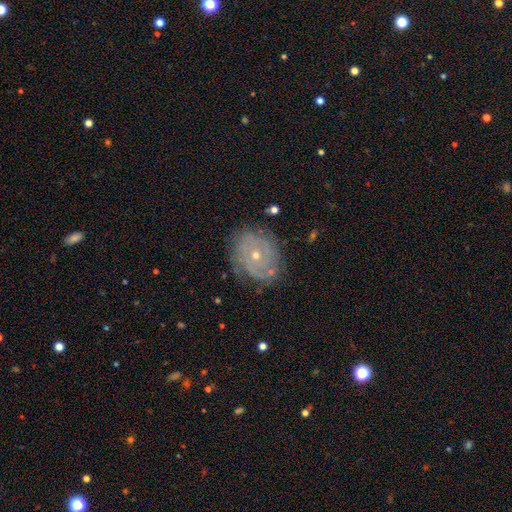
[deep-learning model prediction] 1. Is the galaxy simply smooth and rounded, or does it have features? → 76% featured or disk, 16% smooth, 8% star or artifact.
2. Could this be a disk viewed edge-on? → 97% no, 3% yes.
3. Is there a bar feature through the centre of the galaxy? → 83% no, 14% weak, 3% strong.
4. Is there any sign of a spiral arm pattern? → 84% yes, 16% no.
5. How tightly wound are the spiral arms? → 69% tight, 23% medium, 8% loose.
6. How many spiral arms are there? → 42% can't tell, 27% 2, 13% 3, 6% 4, 6% 1, 5% more than 4.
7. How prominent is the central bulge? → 58% small, 39% moderate, 1% large, 1% none, 1% dominant.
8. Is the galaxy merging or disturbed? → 75% none, 17% minor disturbance, 6% major disturbance, 2% merger.